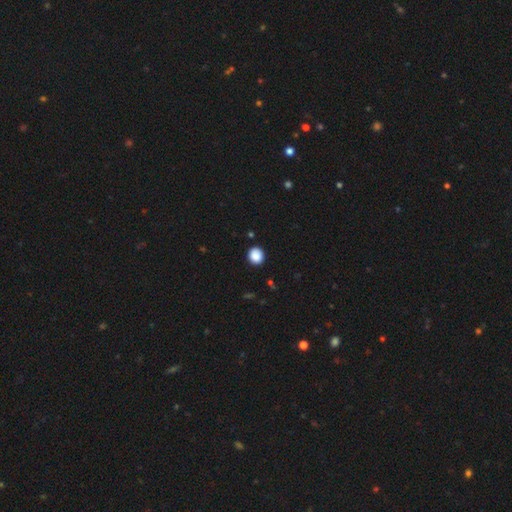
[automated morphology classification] Smooth or featured? Predicted: smooth (p=0.88). How rounded? Predicted: round (p=0.84). Merging? Predicted: none (p=0.91).